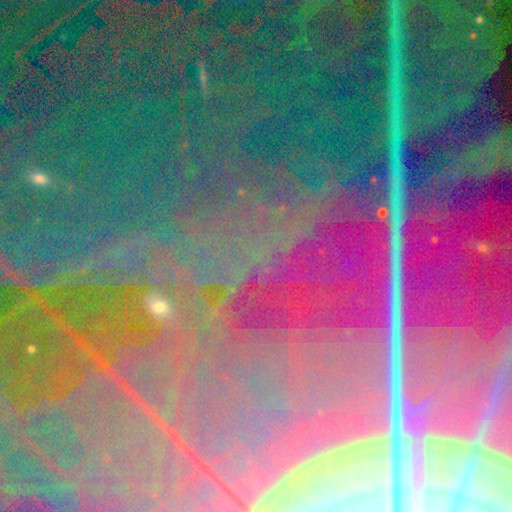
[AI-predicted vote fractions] A star or artifact, not a galaxy (86%).